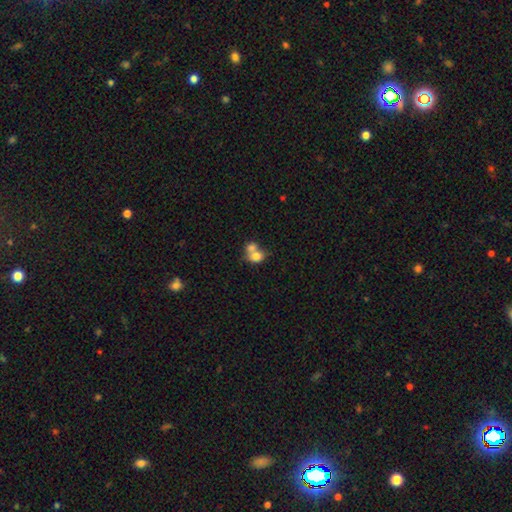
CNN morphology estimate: This is likely a smooth galaxy (75%). How rounded: possibly round (58%). Merging: likely merger (66%).